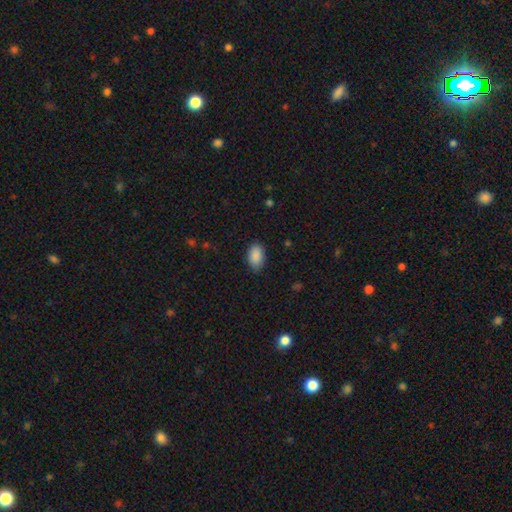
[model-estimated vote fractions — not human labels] This is clearly a smooth galaxy (90%). How rounded: clearly in between (93%). Merging: clearly none (83%).